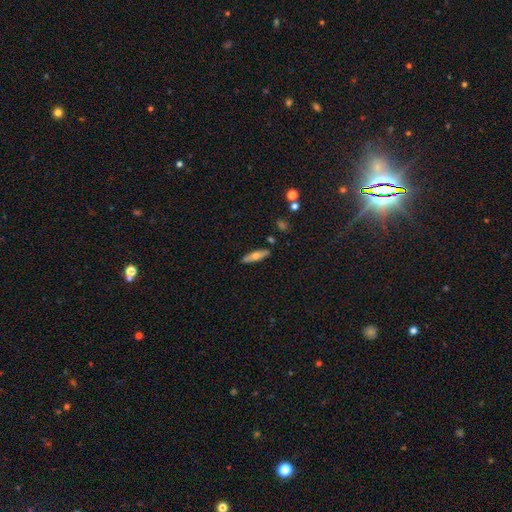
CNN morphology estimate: Smooth or featured? Predicted: smooth (p=0.55). How rounded? Predicted: cigar-shaped (p=0.62). Merging? Predicted: none (p=0.86).